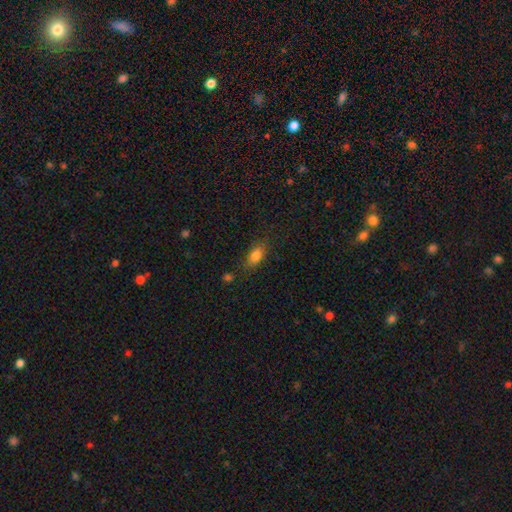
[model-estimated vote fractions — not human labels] Overall: smooth (80%). How rounded: in between (79%). Merging: none (72%).